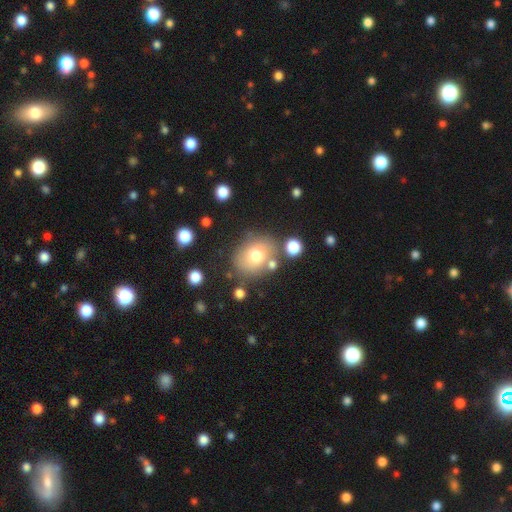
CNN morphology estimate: Smooth or featured: smooth — 70% (featured or disk — 18%)
How rounded: round — 56% (in between — 43%)
Merging: none — 69% (minor disturbance — 15%)